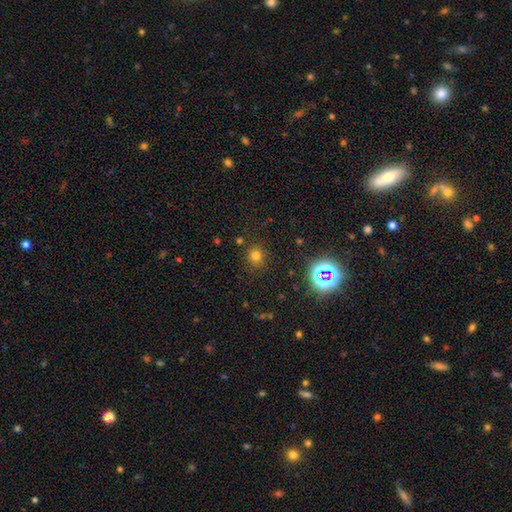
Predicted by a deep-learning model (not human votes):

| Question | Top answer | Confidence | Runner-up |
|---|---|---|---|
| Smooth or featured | smooth | 73% | star or artifact (21%) |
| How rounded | round | 90% | in between (9%) |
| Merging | none | 84% | minor disturbance (9%) |